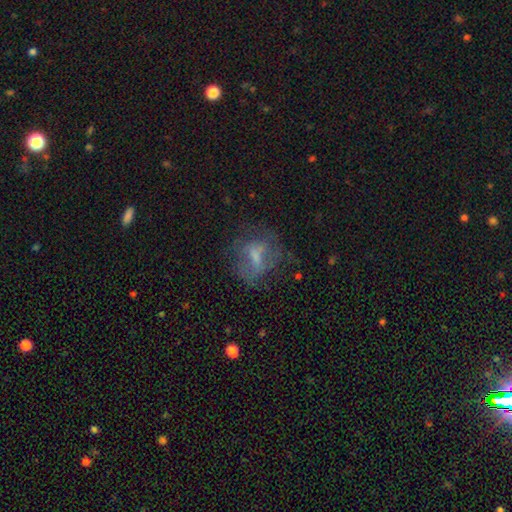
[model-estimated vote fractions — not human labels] Smooth or featured? Predicted: featured or disk (p=0.43). Merging? Predicted: none (p=0.51).